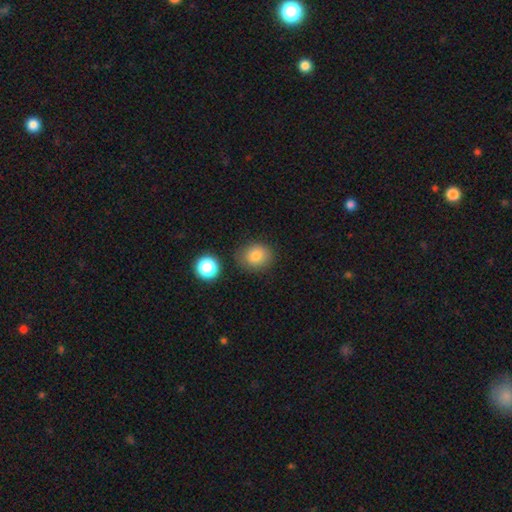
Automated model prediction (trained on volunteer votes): smooth-or-featured: smooth: 83% | star or artifact: 11% | featured or disk: 6%
  how-rounded: round: 74% | in between: 25% | cigar-shaped: 1%
  merging: none: 80% | minor disturbance: 11% | merger: 6% | major disturbance: 3%